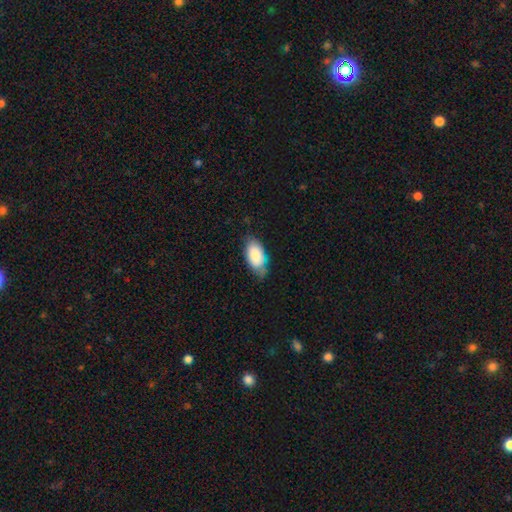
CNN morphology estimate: Overall: smooth (81%). How rounded: in between (93%). Merging: none (60%; minor disturbance 32%).